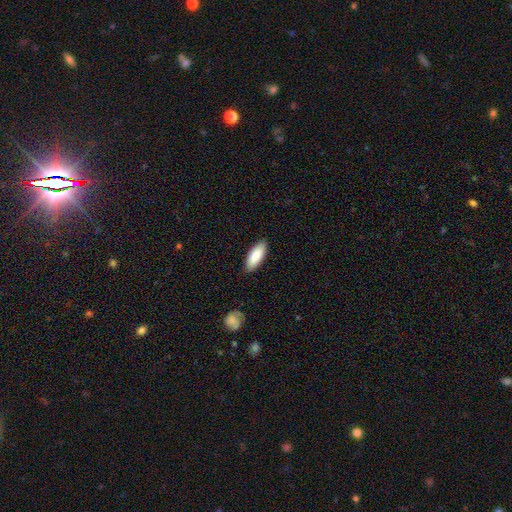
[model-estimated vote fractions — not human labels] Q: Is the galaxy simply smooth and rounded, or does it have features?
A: smooth — 86%.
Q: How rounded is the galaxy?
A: in between — 75%.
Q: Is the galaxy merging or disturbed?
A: none — 88%.